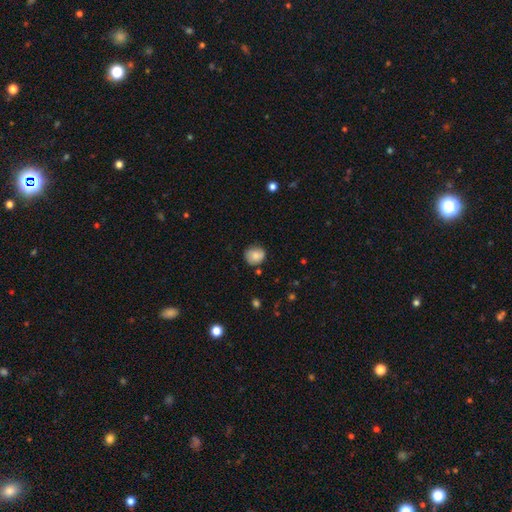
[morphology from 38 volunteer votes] Smooth or featured?
  - smooth: 68% *
  - featured or disk: 26%
  - star or artifact: 5%
How rounded?
  - round: 92% *
  - in between: 8%
  - cigar-shaped: 0%
Merging?
  - none: 81% *
  - minor disturbance: 17%
  - major disturbance: 3%
  - merger: 0%